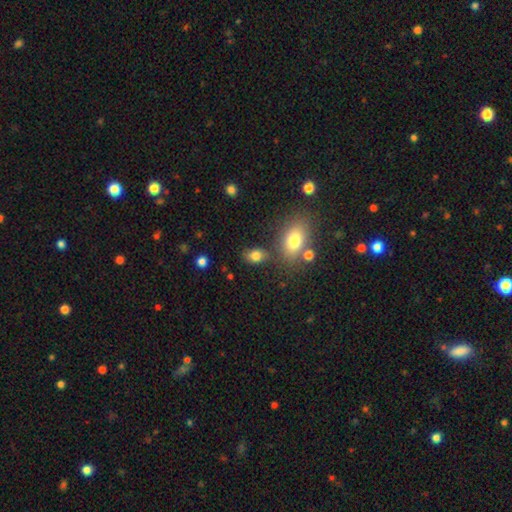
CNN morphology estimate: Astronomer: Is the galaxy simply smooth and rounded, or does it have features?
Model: smooth — 81%.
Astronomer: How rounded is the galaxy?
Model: in between — 80%.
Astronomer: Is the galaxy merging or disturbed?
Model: none — 68%.